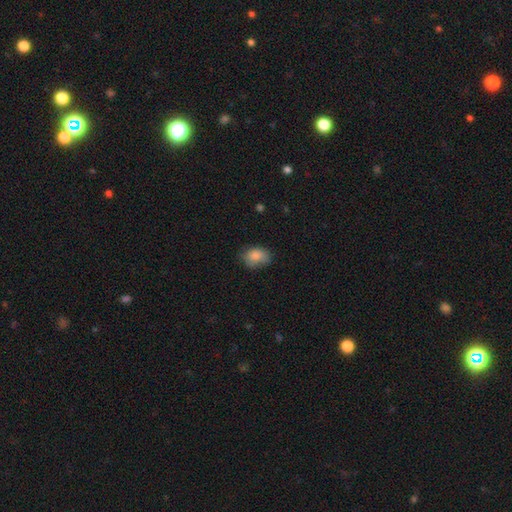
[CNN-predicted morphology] Smooth or featured: smooth — 84% (star or artifact — 8%)
How rounded: in between — 74% (round — 25%)
Merging: none — 62% (minor disturbance — 29%)